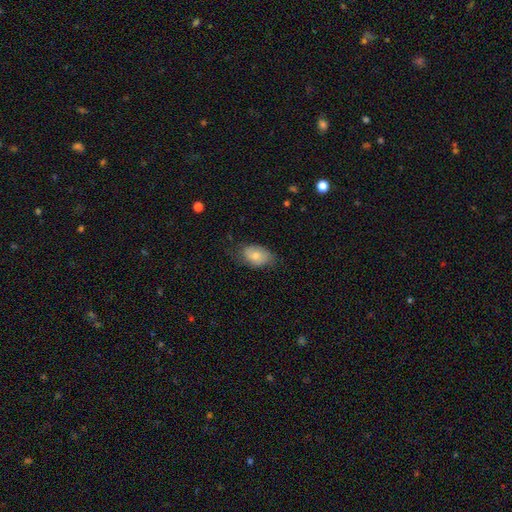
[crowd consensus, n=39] Smooth or featured?
  - smooth: 82% *
  - featured or disk: 13%
  - star or artifact: 5%
How rounded?
  - in between: 84% *
  - round: 16%
  - cigar-shaped: 0%
Merging?
  - none: 68% *
  - minor disturbance: 24%
  - major disturbance: 8%
  - merger: 0%